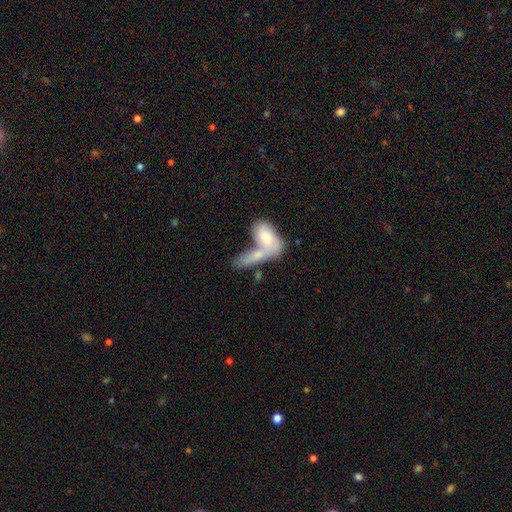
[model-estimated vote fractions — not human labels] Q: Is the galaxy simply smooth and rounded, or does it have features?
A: smooth — 72%.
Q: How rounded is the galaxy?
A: in between — 77%.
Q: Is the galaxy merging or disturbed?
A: merger — 65%.